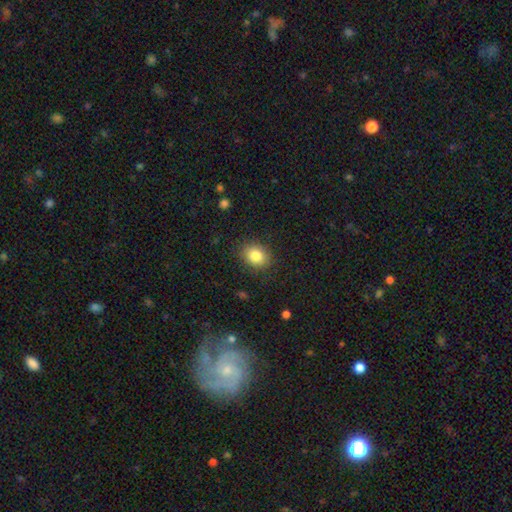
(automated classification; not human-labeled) Smooth or featured? smooth (84%)
How rounded? round (53%)
Merging? none (87%)